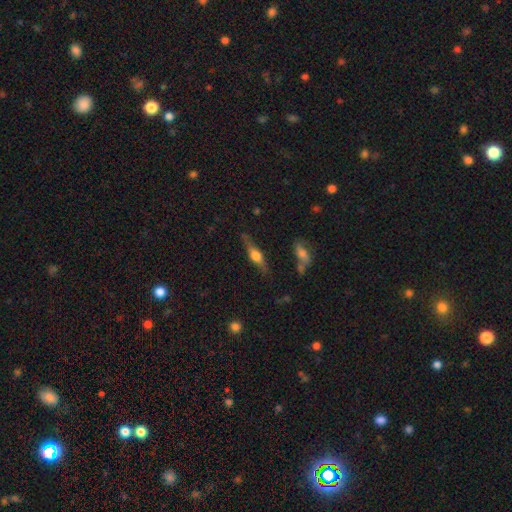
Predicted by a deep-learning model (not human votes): smooth_or_featured: featured or disk (p=0.56) [alt: smooth p=0.37]
disk_edge_on: yes (p=0.93) [alt: no p=0.07]
edge_on_bulge: rounded (p=0.89) [alt: boxy p=0.08]
merging: none (p=0.78) [alt: minor disturbance p=0.15]